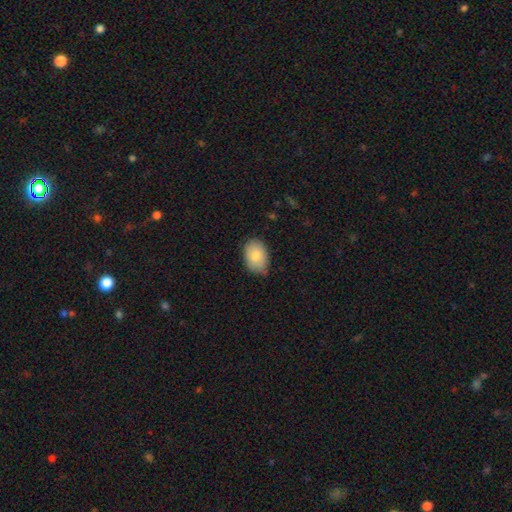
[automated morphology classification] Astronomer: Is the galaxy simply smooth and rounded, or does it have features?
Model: smooth — 82%.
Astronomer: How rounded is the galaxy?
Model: in between — 87%.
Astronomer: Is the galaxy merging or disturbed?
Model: none — 72%.